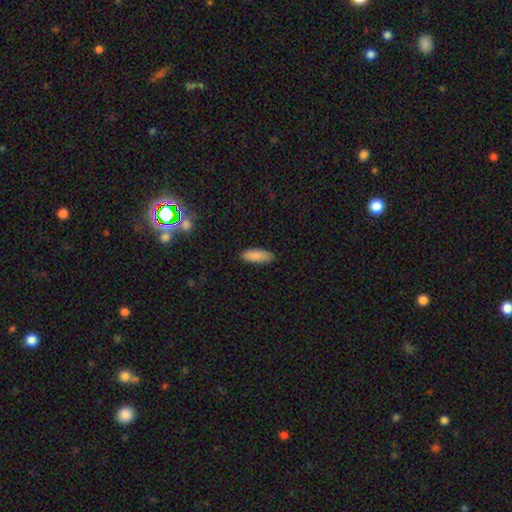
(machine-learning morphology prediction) Smooth or featured? smooth (89%)
How rounded? in between (65%)
Merging? none (87%)